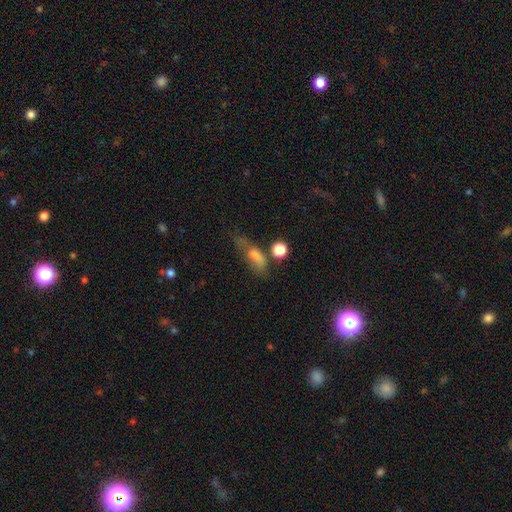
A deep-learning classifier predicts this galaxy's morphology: A smooth galaxy with no disk features (62%) that is in between round and cigar-shaped (57%).

Vote fractions:
- Smooth or featured? smooth: 62% / featured or disk: 20% / star or artifact: 19%
- How rounded? in between: 57% / cigar-shaped: 32% / round: 11%
- Merging? none: 43% / minor disturbance: 25% / major disturbance: 22% / merger: 11%